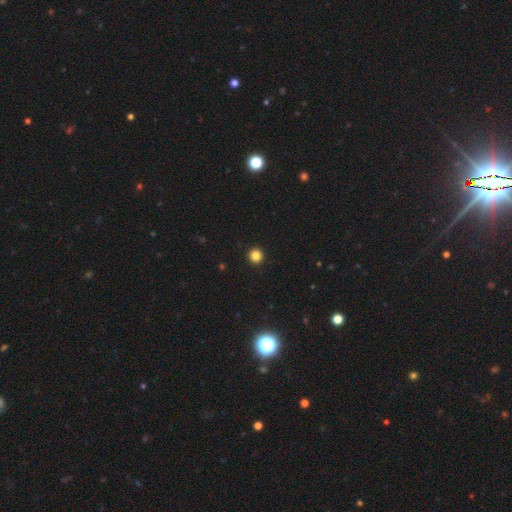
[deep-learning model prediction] Q: Smooth or featured?
A: smooth (84%); runner-up: star or artifact (12%)
Q: How rounded?
A: round (95%); runner-up: in between (4%)
Q: Merging?
A: none (94%); runner-up: minor disturbance (4%)